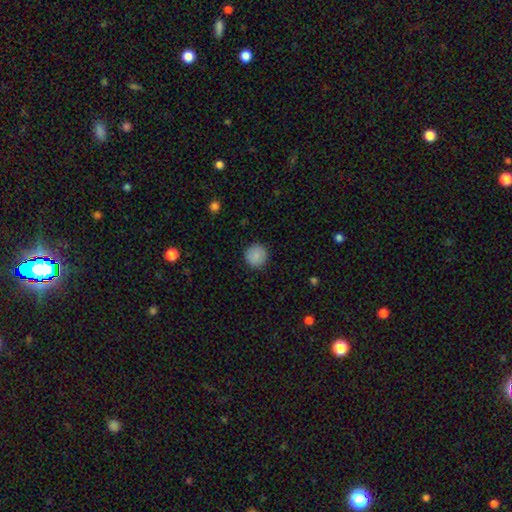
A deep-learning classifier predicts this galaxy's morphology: A smooth galaxy with no disk features (88%) that is round (94%). Merging: none (90%).